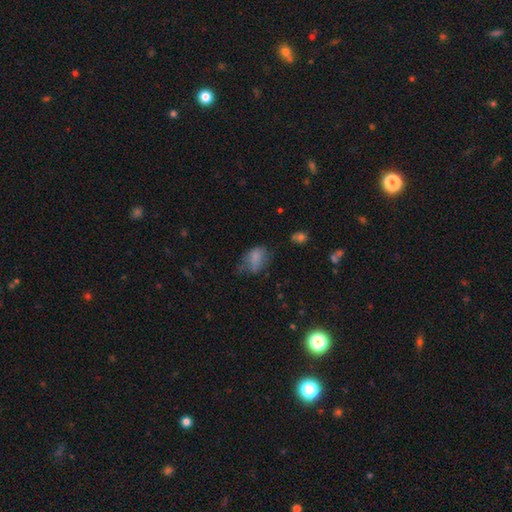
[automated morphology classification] smooth 69%, featured or disk 17%, star or artifact 14%. Down the decision tree: how rounded — in between (83%); merging — none (41%).